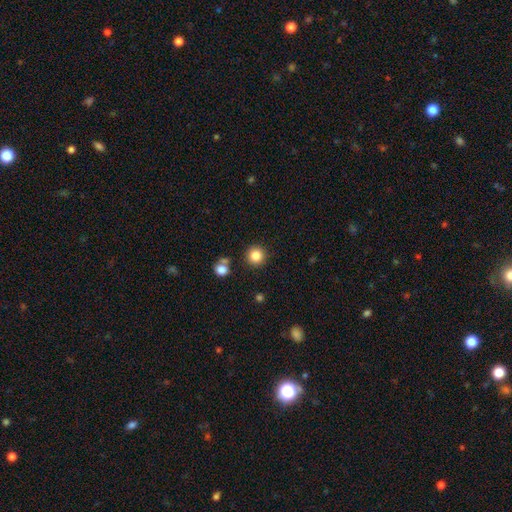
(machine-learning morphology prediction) Q: Smooth or featured?
A: smooth (84%); runner-up: star or artifact (11%)
Q: How rounded?
A: round (94%); runner-up: in between (5%)
Q: Merging?
A: none (87%); runner-up: minor disturbance (7%)